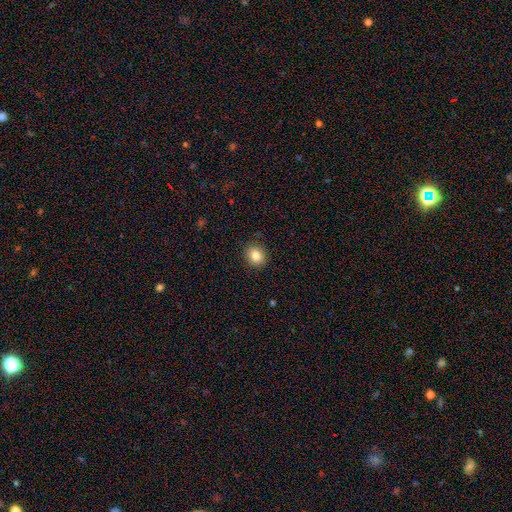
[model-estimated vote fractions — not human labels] This is clearly a smooth galaxy (83%). How rounded: likely round (77%). Merging: clearly none (90%).